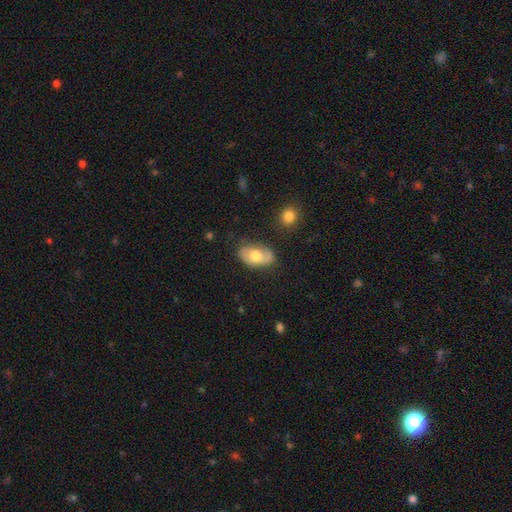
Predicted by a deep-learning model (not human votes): Smooth or featured? Predicted: smooth (p=0.55). How rounded? Predicted: in between (p=0.91). Merging? Predicted: none (p=0.67).